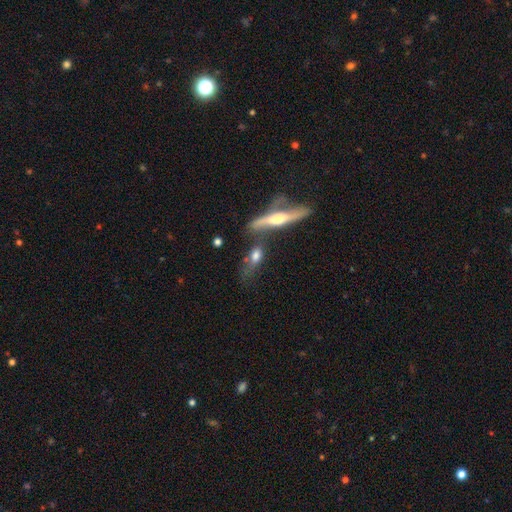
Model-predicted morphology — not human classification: The model was most divided on "merging": none: 41%, merger: 29%, minor disturbance: 18%, major disturbance: 11%. More confident: smooth or featured — smooth (59%); how rounded — in between (58%).